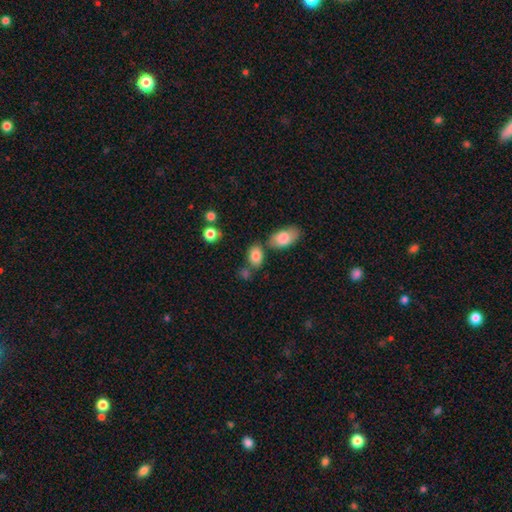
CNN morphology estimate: Smooth or featured? Predicted: smooth (p=0.84). How rounded? Predicted: in between (p=0.82). Merging? Predicted: none (p=0.64).